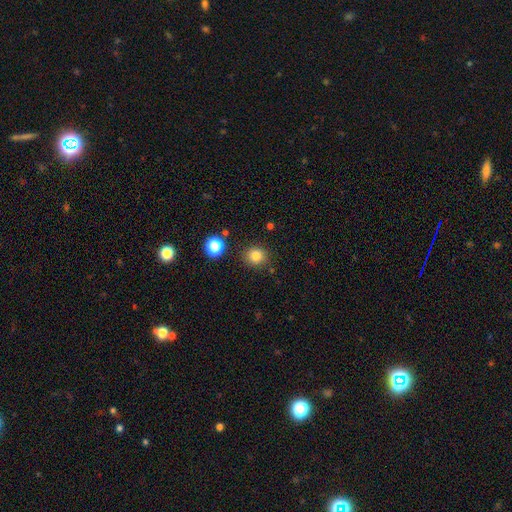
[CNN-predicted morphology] The model was most divided on "how rounded": round: 85%, in between: 14%, cigar-shaped: 1%. More confident: merging — none (84%); smooth or featured — smooth (84%).